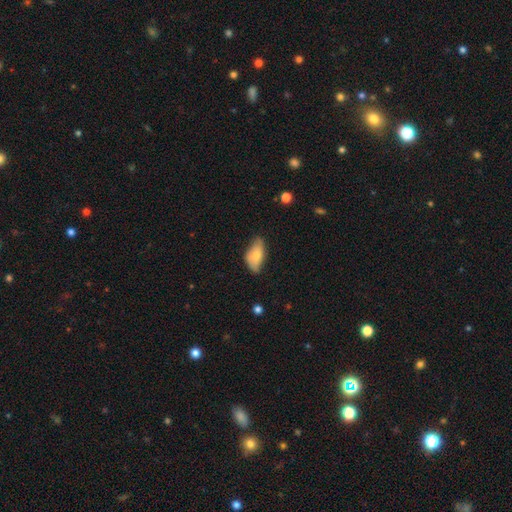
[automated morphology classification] Overall: smooth (70%). How rounded: in between (91%). Merging: none (53%; minor disturbance 38%).